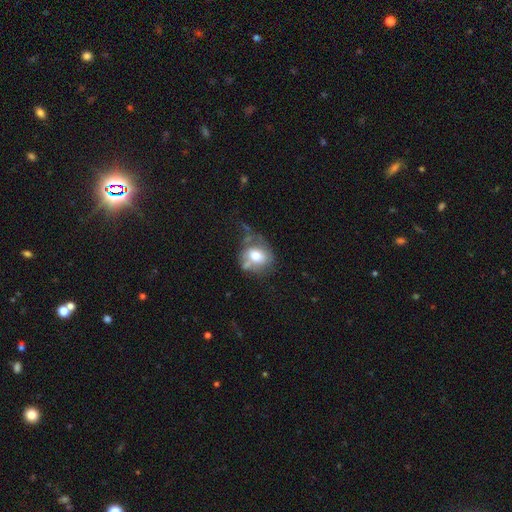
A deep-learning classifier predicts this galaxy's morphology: smooth_or_featured: smooth (p=0.64) [alt: featured or disk p=0.28]
how_rounded: round (p=0.55) [alt: in between p=0.44]
merging: none (p=0.36) [alt: minor disturbance p=0.26]